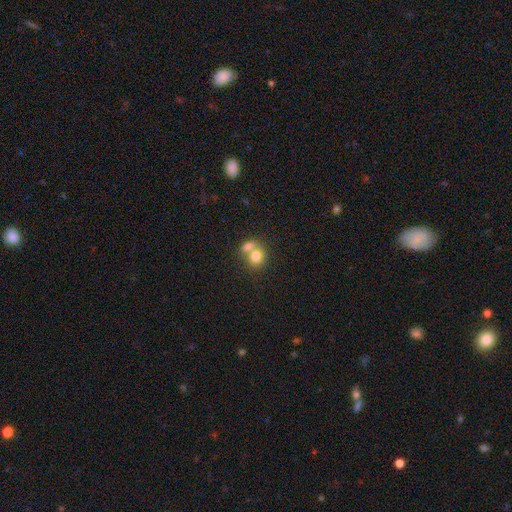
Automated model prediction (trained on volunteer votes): Smooth or featured? Predicted: smooth (p=0.76). How rounded? Predicted: round (p=0.67). Merging? Predicted: merger (p=0.63).